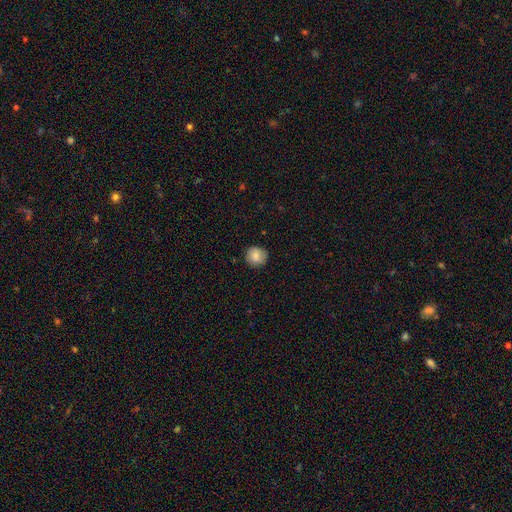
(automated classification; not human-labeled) smooth 83%, featured or disk 9%, star or artifact 8%. Down the decision tree: how rounded — round (92%); merging — none (86%).